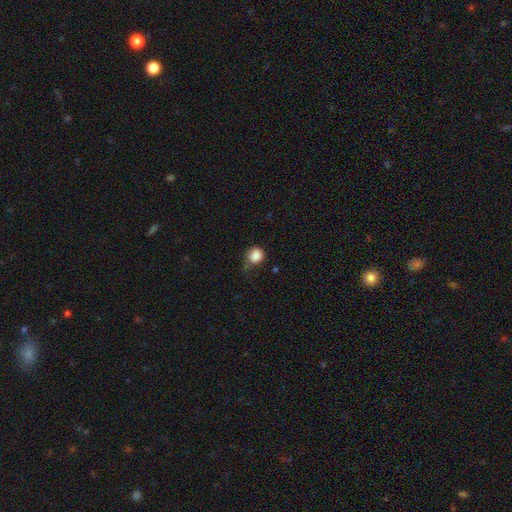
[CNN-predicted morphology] Smooth or featured? smooth (87%)
How rounded? round (87%)
Merging? none (61%)